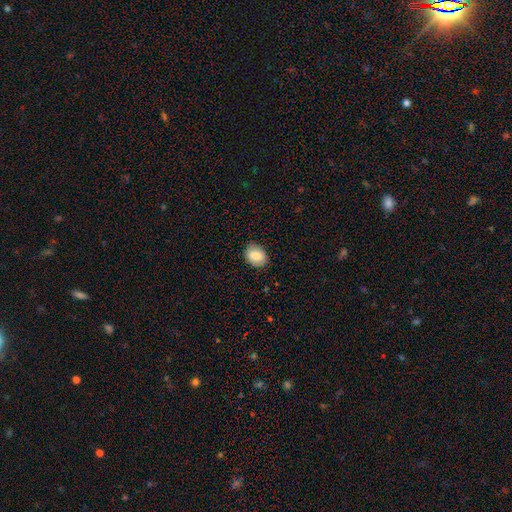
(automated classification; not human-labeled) This appears to be a smooth galaxy with no disk features (84%) that is in between round and cigar-shaped (61%). Merging: none (85%).